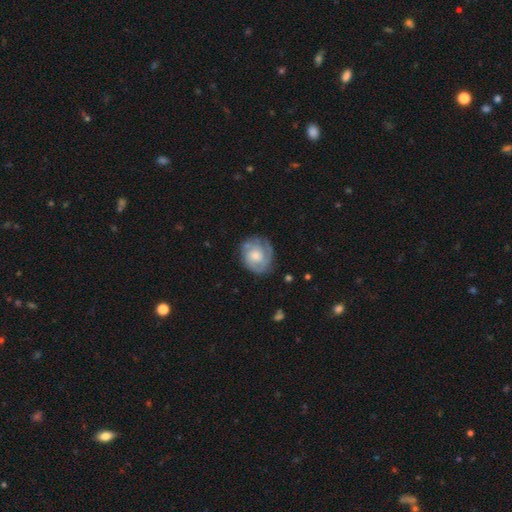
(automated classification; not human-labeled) Smooth or featured? Predicted: featured or disk (p=0.68). Edge-on disk? Predicted: no (p=0.98). Bar? Predicted: no (p=0.77). Spiral arms? Predicted: yes (p=0.88). Spiral winding? Predicted: tight (p=0.60). Spiral arm count? Predicted: can't tell (p=0.34). Bulge size? Predicted: moderate (p=0.46). Merging? Predicted: none (p=0.72).